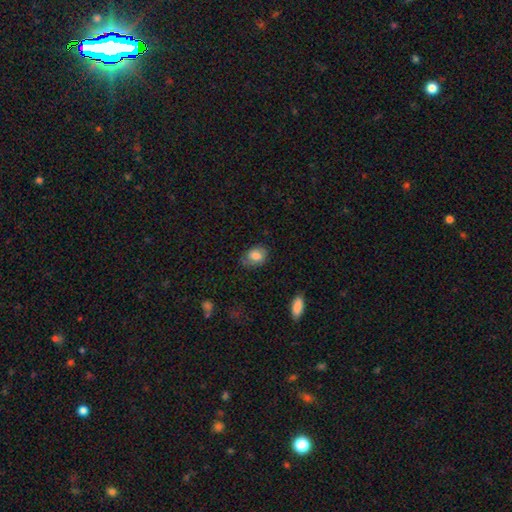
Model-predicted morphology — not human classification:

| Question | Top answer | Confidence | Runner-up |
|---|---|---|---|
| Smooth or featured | smooth | 82% | featured or disk (10%) |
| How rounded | in between | 72% | round (27%) |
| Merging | none | 71% | minor disturbance (22%) |